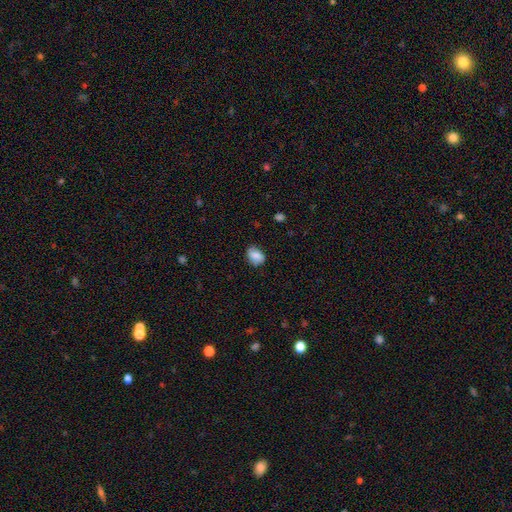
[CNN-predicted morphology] Smooth or featured? Predicted: smooth (p=0.71). How rounded? Predicted: in between (p=0.68). Merging? Predicted: none (p=0.71).